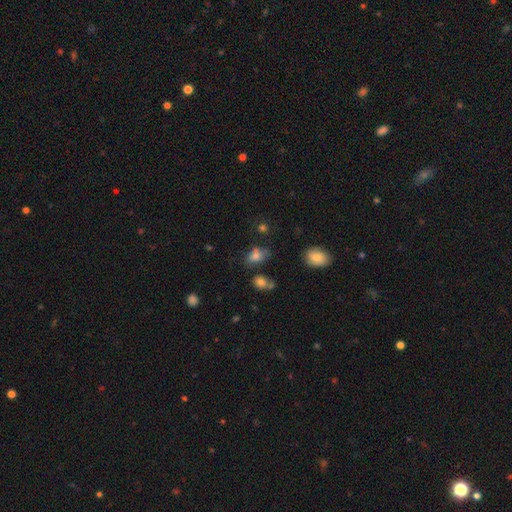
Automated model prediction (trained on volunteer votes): Overall: smooth (77%). How rounded: in between (76%). Merging: none (55%; minor disturbance 25%).